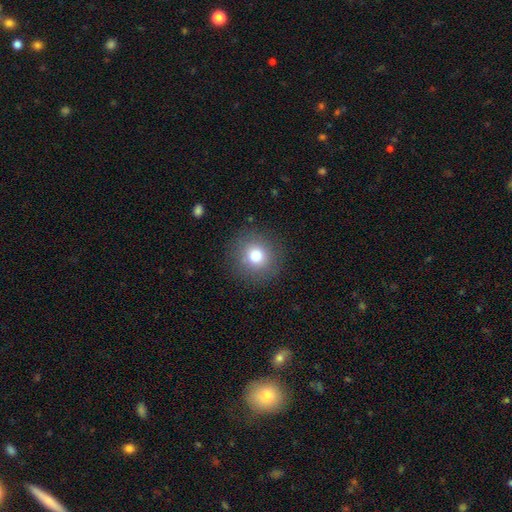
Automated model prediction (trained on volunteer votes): A smooth galaxy with no disk features (79%) that is round (90%).

Vote fractions:
- Smooth or featured? smooth: 79% / star or artifact: 11% / featured or disk: 9%
- How rounded? round: 90% / in between: 9% / cigar-shaped: 1%
- Merging? none: 88% / minor disturbance: 8% / major disturbance: 3% / merger: 1%